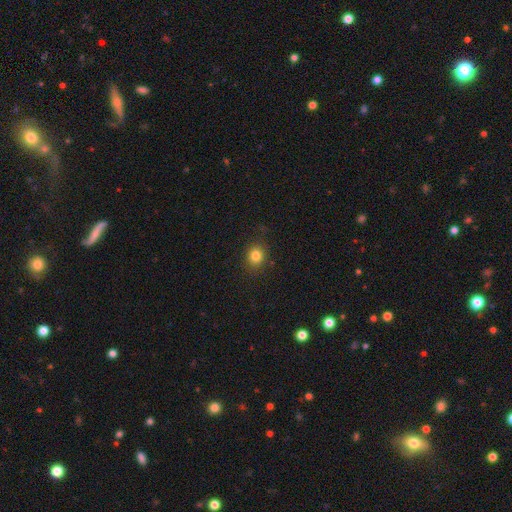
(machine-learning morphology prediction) This appears to be a smooth galaxy with no disk features (82%) that is round (73%). Merging: none (85%).